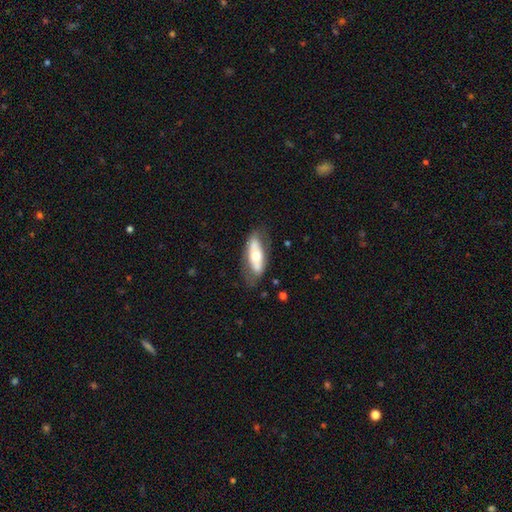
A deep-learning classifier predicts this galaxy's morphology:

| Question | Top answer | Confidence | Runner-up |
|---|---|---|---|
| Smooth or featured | featured or disk | 47% | tied: smooth (47%) |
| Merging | none | 68% | minor disturbance (21%) |